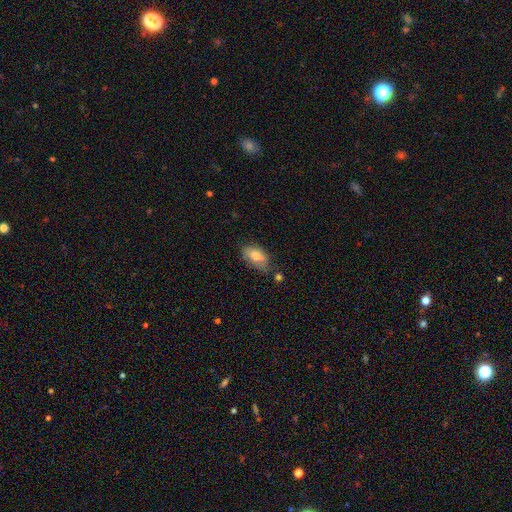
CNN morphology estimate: This is likely a smooth galaxy (76%). How rounded: clearly in between (91%). Merging: likely none (60%).